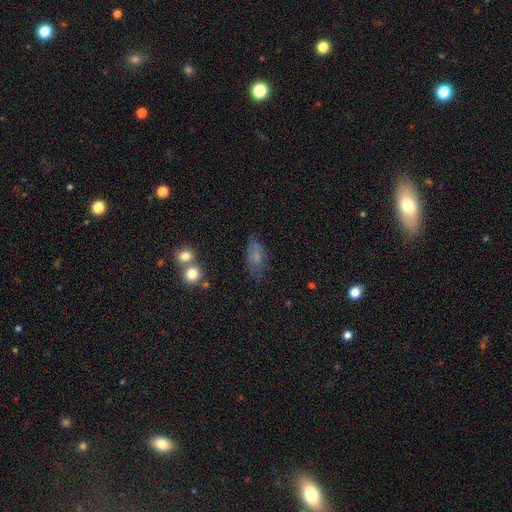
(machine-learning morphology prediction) Smooth or featured? smooth (64%)
How rounded? in between (83%)
Merging? none (55%)